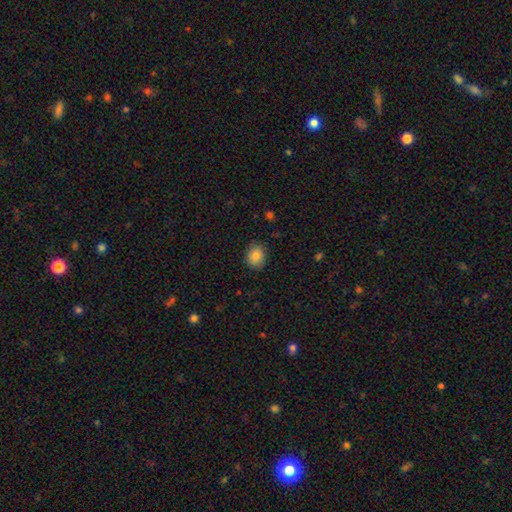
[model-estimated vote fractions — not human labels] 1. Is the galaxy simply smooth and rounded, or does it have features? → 85% smooth, 9% star or artifact, 6% featured or disk.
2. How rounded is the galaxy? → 57% round, 42% in between, 1% cigar-shaped.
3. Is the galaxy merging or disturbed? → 87% none, 10% minor disturbance, 2% major disturbance, 1% merger.